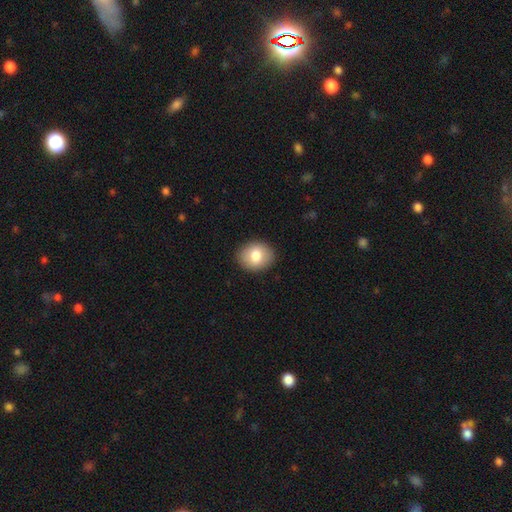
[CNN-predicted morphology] Smooth or featured: smooth — 80% (featured or disk — 12%)
How rounded: round — 60% (in between — 39%)
Merging: none — 90% (minor disturbance — 7%)